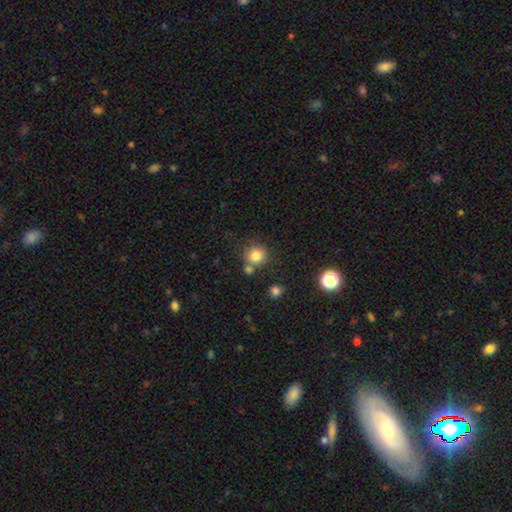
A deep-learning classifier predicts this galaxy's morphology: smooth 81%, star or artifact 12%, featured or disk 7%. Down the decision tree: how rounded — round (91%); merging — none (69%).